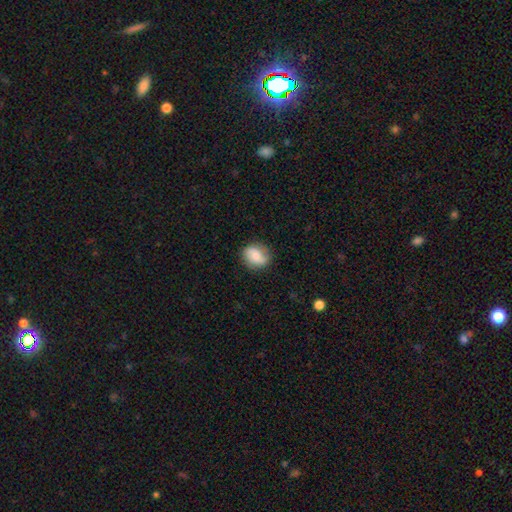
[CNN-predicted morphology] Q: Smooth or featured?
A: smooth (66%); runner-up: featured or disk (26%)
Q: How rounded?
A: round (58%); runner-up: in between (41%)
Q: Merging?
A: none (82%); runner-up: minor disturbance (14%)